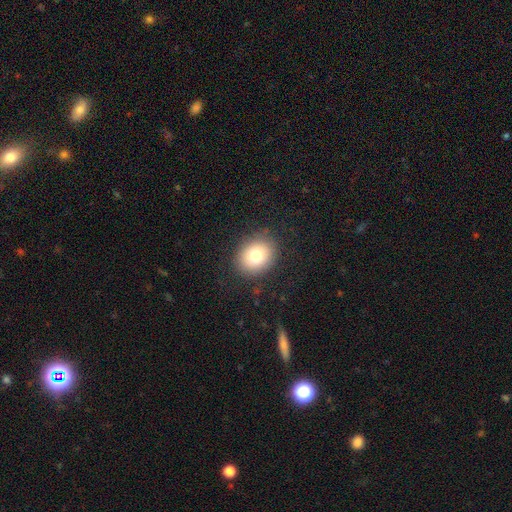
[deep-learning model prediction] This is likely a smooth galaxy (78%). How rounded: possibly round (55%). Merging: clearly none (85%).